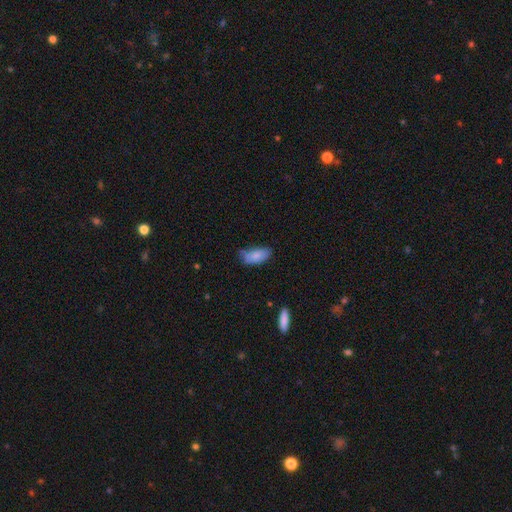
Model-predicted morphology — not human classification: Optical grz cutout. It shows a smooth galaxy with no disk features (81%) that is in between round and cigar-shaped (87%). Merging: none (53%).